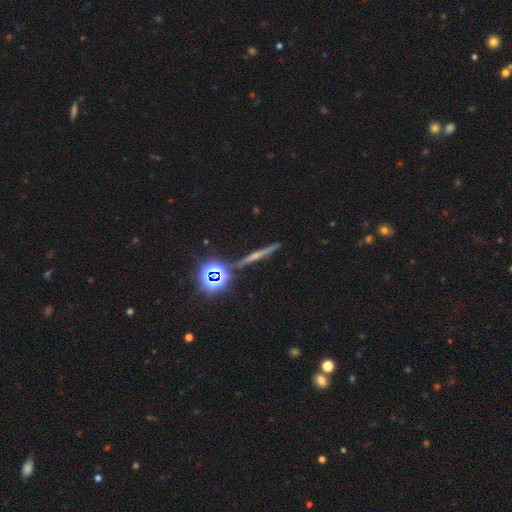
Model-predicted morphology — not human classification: Smooth or featured?
  - featured or disk: 50% *
  - star or artifact: 27%
  - smooth: 23%
Edge-on disk?
  - yes: 95% *
  - no: 5%
Merging?
  - none: 87% *
  - minor disturbance: 7%
  - merger: 4%
  - major disturbance: 2%